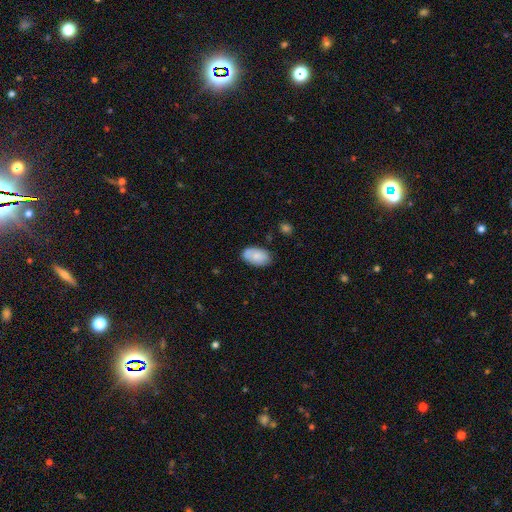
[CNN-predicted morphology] A smooth galaxy with no disk features (75%) that is in between round and cigar-shaped (93%). Merging: none (72%).